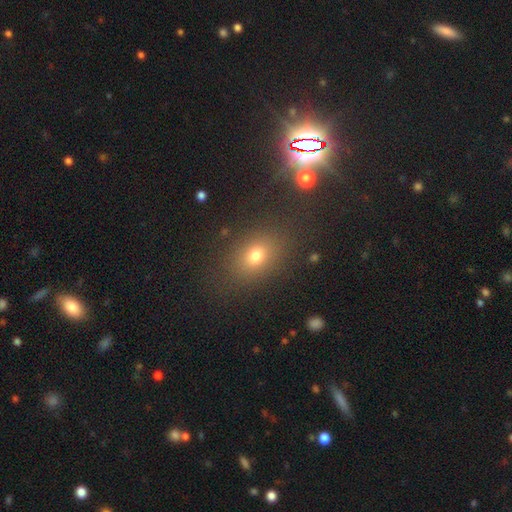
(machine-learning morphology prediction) This appears to be a smooth galaxy with no disk features (71%) that is in between round and cigar-shaped (61%). Merging: none (82%).